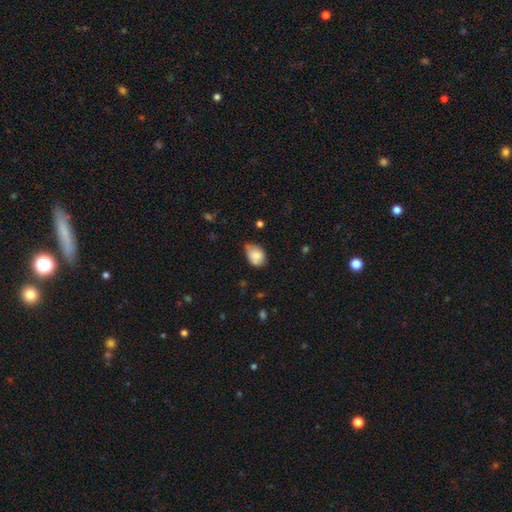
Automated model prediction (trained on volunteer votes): A smooth galaxy with no disk features (81%) that is in between round and cigar-shaped (69%). Merging: minor disturbance (45%).